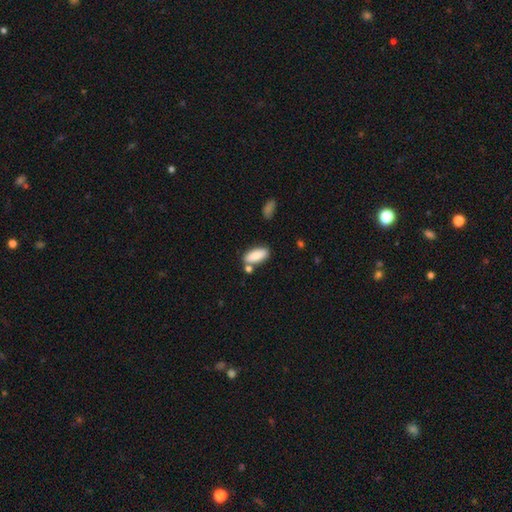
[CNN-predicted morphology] This is clearly a smooth galaxy (85%). How rounded: clearly in between (86%). Merging: likely none (68%).